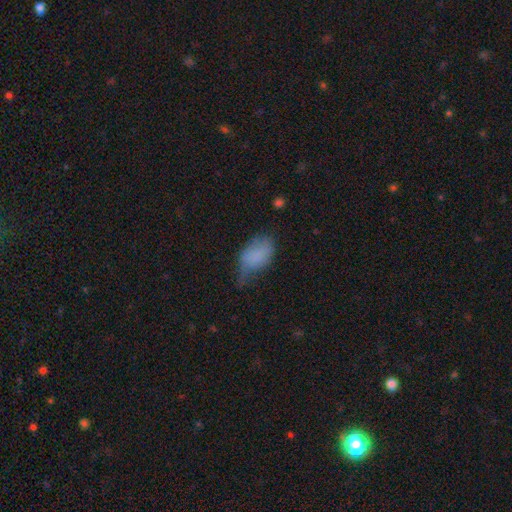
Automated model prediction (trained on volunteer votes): Q: Smooth or featured?
A: smooth (74%); runner-up: featured or disk (17%)
Q: How rounded?
A: in between (91%); runner-up: round (7%)
Q: Merging?
A: minor disturbance (43%); runner-up: none (29%)